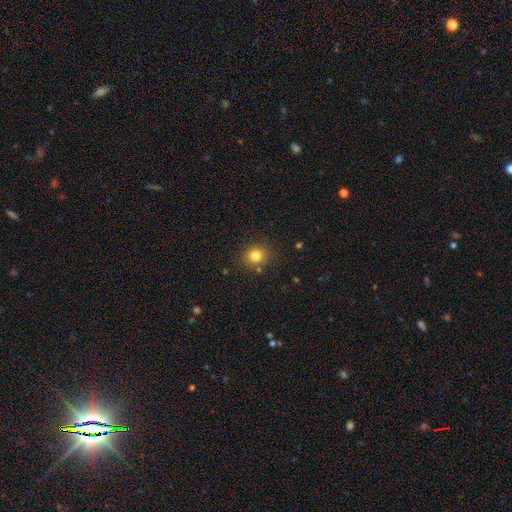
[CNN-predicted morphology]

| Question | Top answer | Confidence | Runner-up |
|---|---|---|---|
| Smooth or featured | smooth | 81% | star or artifact (12%) |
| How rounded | round | 84% | in between (15%) |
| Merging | none | 86% | minor disturbance (9%) |